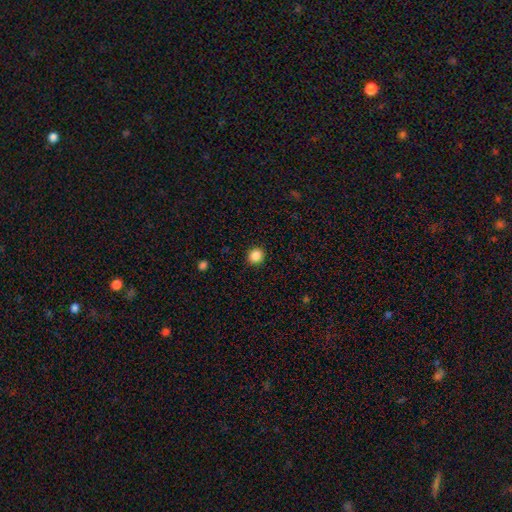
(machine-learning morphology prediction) Smooth or featured?
  - smooth: 87% *
  - star or artifact: 10%
  - featured or disk: 3%
How rounded?
  - round: 89% *
  - in between: 10%
  - cigar-shaped: 1%
Merging?
  - none: 91% *
  - minor disturbance: 6%
  - major disturbance: 2%
  - merger: 1%